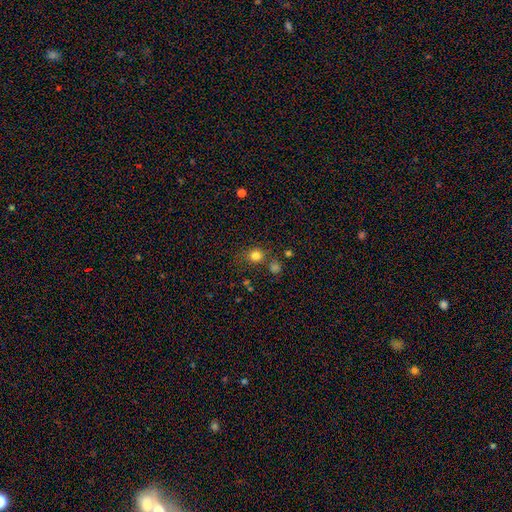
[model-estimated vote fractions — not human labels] Morphology: type=smooth (80%); roundness=round (79%); merging=none (70%).